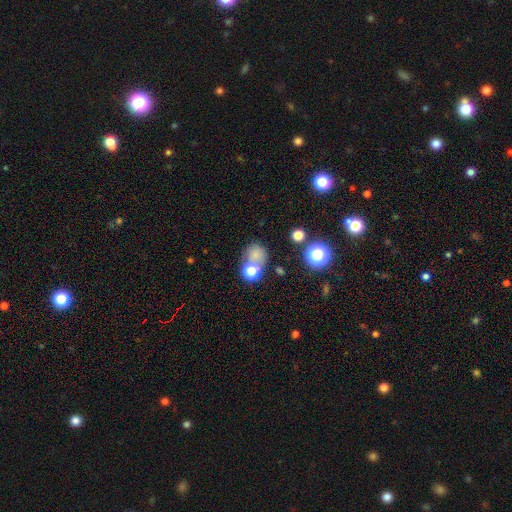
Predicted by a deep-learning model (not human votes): Q: Smooth or featured?
A: smooth (69%); runner-up: star or artifact (20%)
Q: How rounded?
A: round (68%); runner-up: in between (31%)
Q: Merging?
A: none (48%); runner-up: merger (31%)